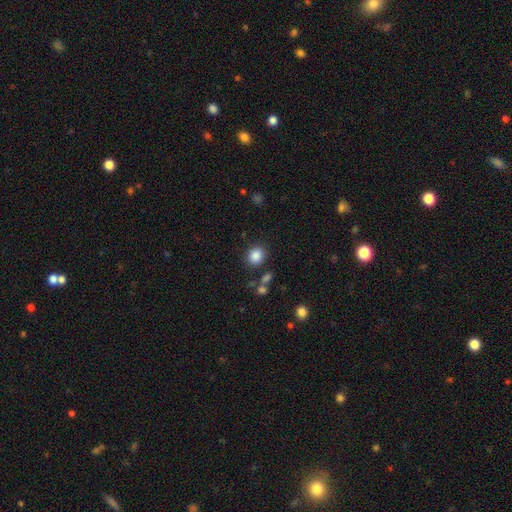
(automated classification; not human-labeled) A smooth galaxy with no disk features (86%) that is round (73%).

Vote fractions:
- Smooth or featured? smooth: 86% / star or artifact: 10% / featured or disk: 4%
- How rounded? round: 73% / in between: 26% / cigar-shaped: 1%
- Merging? none: 83% / minor disturbance: 9% / merger: 4% / major disturbance: 4%